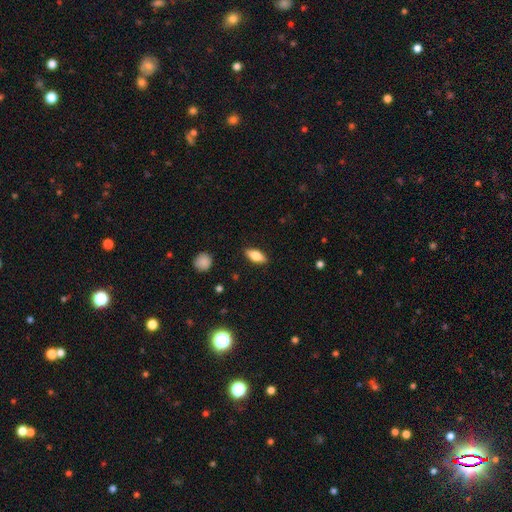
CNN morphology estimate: The model was most divided on "smooth or featured": smooth: 68%, featured or disk: 25%, star or artifact: 7%. More confident: merging — none (88%); how rounded — in between (79%).